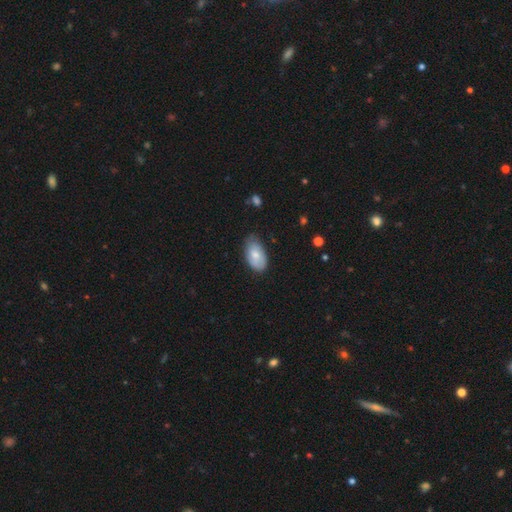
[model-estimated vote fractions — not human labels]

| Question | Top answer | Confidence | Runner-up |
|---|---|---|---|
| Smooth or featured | smooth | 70% | featured or disk (24%) |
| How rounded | in between | 94% | round (5%) |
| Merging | none | 62% | minor disturbance (31%) |